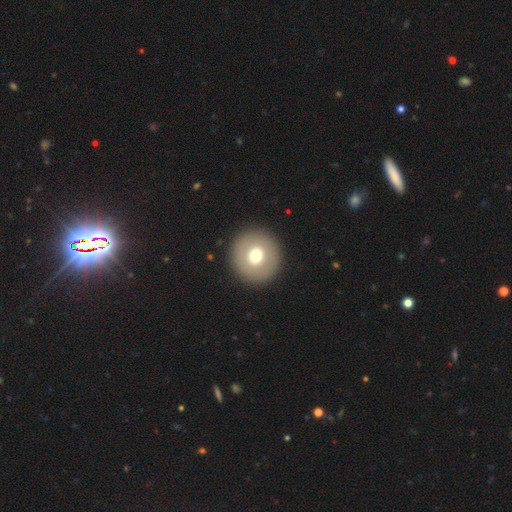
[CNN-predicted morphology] This is likely a smooth galaxy (68%). How rounded: clearly round (95%). Merging: clearly none (92%).